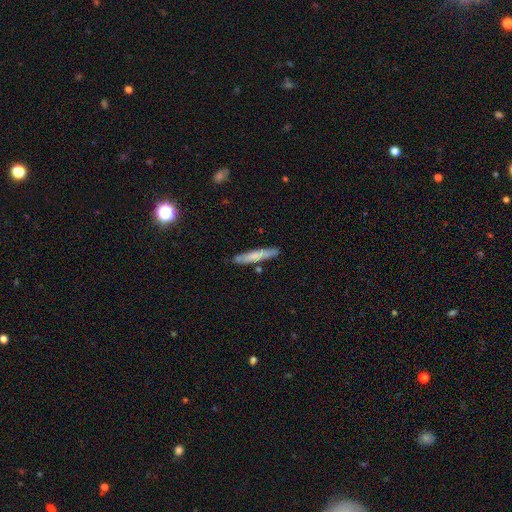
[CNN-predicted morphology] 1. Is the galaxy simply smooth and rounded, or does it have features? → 68% smooth, 26% featured or disk, 6% star or artifact.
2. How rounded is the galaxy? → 93% cigar-shaped, 6% in between, 1% round.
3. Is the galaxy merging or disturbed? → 83% none, 11% minor disturbance, 3% merger, 2% major disturbance.